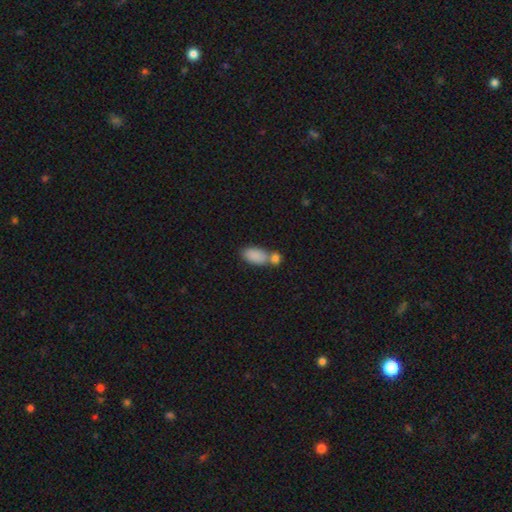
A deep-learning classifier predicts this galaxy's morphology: Q: Smooth or featured?
A: smooth (86%); runner-up: star or artifact (7%)
Q: How rounded?
A: in between (92%); runner-up: round (4%)
Q: Merging?
A: merger (45%); runner-up: none (39%)